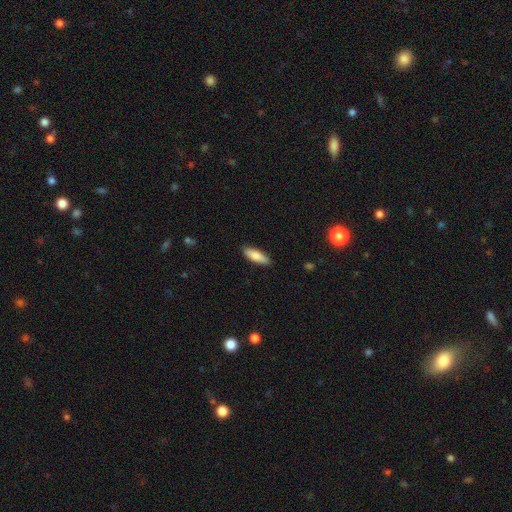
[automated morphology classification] This appears to be a smooth galaxy with no disk features (82%) that is in between round and cigar-shaped (58%). Merging: none (88%).